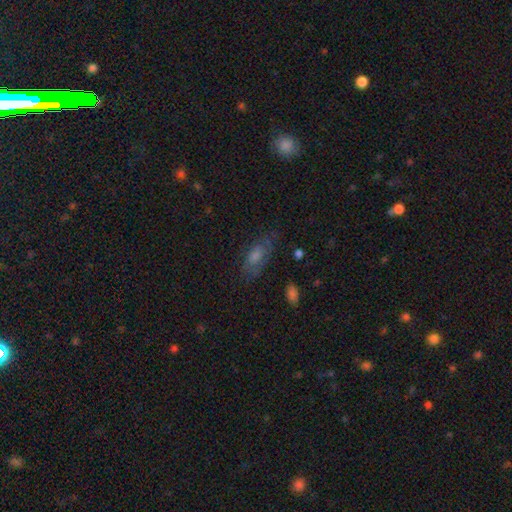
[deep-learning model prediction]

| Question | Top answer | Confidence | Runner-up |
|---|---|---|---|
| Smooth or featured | smooth | 46% | featured or disk (35%) |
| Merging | none | 70% | minor disturbance (19%) |